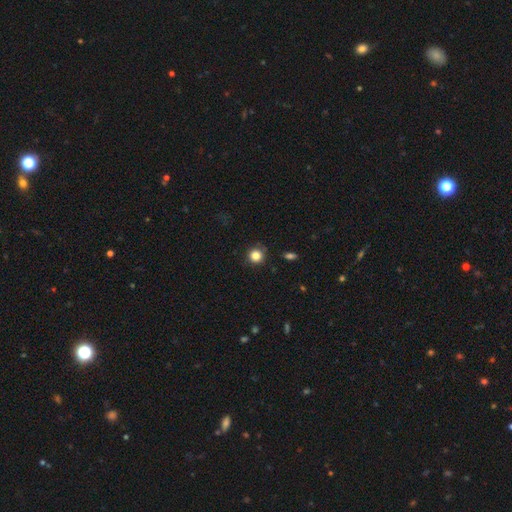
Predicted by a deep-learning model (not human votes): smooth_or_featured: smooth (p=0.83) [alt: star or artifact p=0.12]
how_rounded: round (p=0.92) [alt: in between p=0.07]
merging: none (p=0.85) [alt: minor disturbance p=0.11]